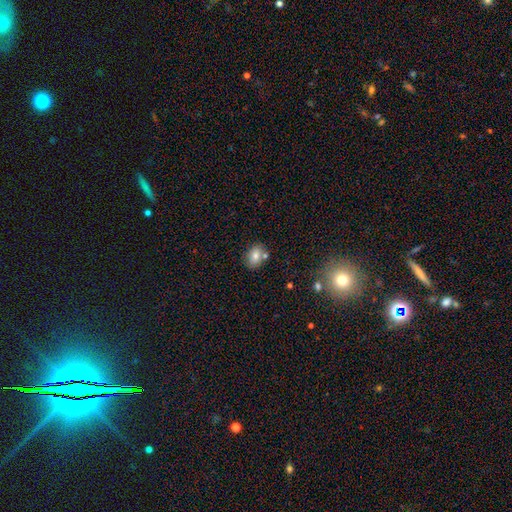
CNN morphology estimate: This is likely a smooth galaxy (77%). How rounded: likely in between (74%). Merging: likely none (71%).